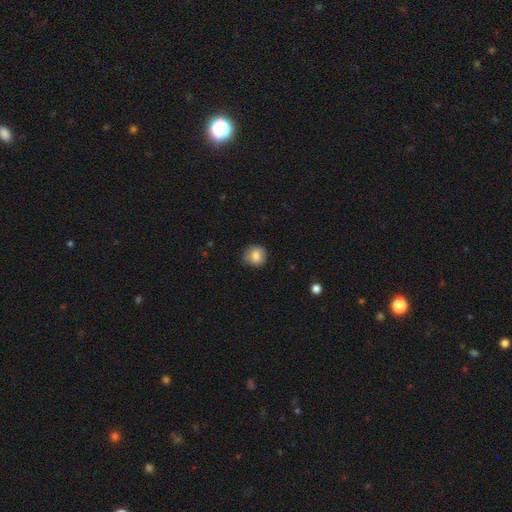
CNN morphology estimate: Overall: smooth (81%). How rounded: round (86%). Merging: none (84%).